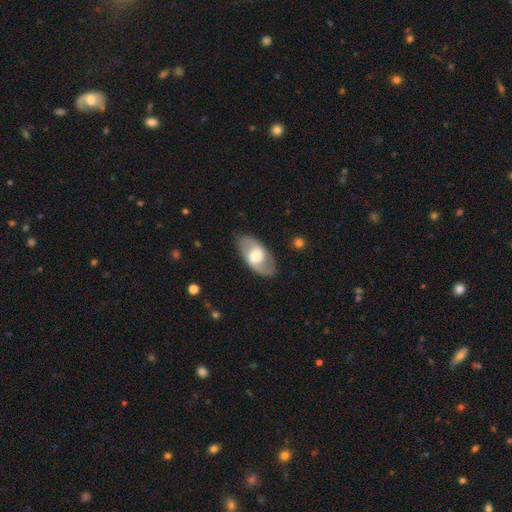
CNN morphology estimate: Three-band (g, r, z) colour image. It shows a featured or disk galaxy (60%) with a weak bar (43%), spiral arms (66%) and a moderate central bulge (52%). Merging: none (83%).